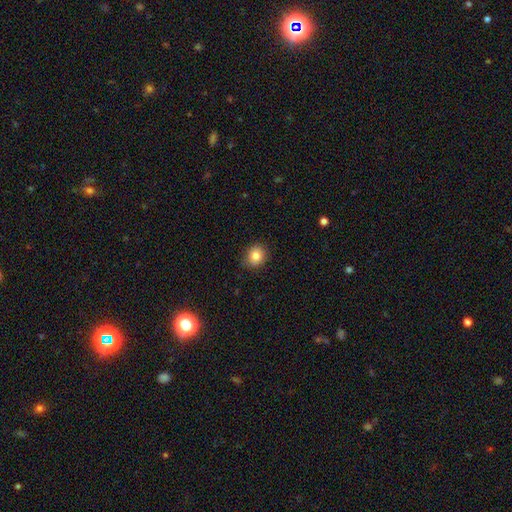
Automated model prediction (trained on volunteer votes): smooth_or_featured: smooth (p=0.82) [alt: star or artifact p=0.10]
how_rounded: round (p=0.75) [alt: in between p=0.25]
merging: none (p=0.84) [alt: minor disturbance p=0.12]